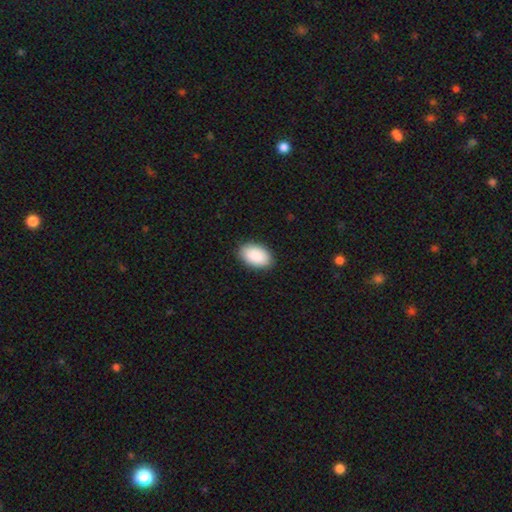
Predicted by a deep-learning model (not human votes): Q: Smooth or featured?
A: smooth (91%); runner-up: star or artifact (6%)
Q: How rounded?
A: in between (94%); runner-up: round (5%)
Q: Merging?
A: none (89%); runner-up: minor disturbance (9%)